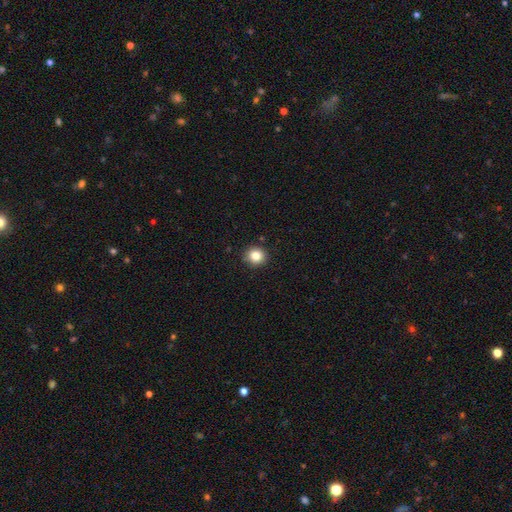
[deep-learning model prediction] Smooth or featured?
  - smooth: 84% *
  - star or artifact: 11%
  - featured or disk: 6%
How rounded?
  - round: 89% *
  - in between: 10%
  - cigar-shaped: 1%
Merging?
  - none: 90% *
  - minor disturbance: 7%
  - major disturbance: 2%
  - merger: 1%